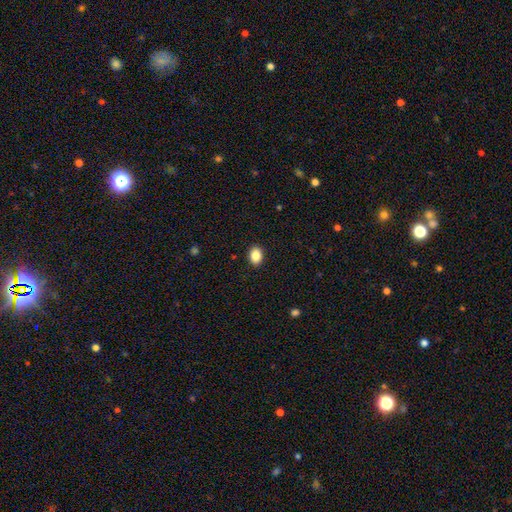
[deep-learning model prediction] Overall: smooth (87%). How rounded: in between (73%). Merging: none (91%).